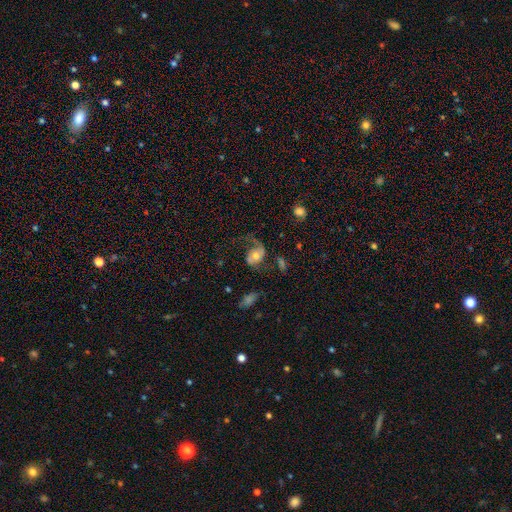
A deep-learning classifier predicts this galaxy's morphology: Overall: featured or disk (58%; smooth 33%). Edge-on disk: no (96%). Bar: no (74%). Spiral arms: yes (78%). Bulge size: moderate (64%). Merging: major disturbance (42%; none 33%).